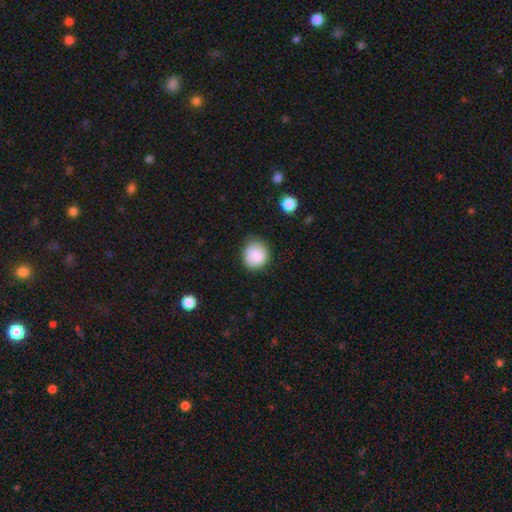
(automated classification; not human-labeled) Morphology: type=smooth (87%); roundness=round (86%); merging=none (81%).